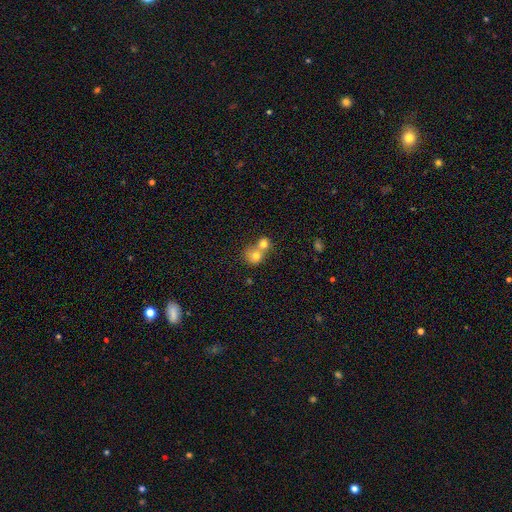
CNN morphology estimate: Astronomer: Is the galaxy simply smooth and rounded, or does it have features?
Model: smooth — 75%.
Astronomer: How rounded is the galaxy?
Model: round — 79%.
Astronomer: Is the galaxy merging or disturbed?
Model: merger — 64%.